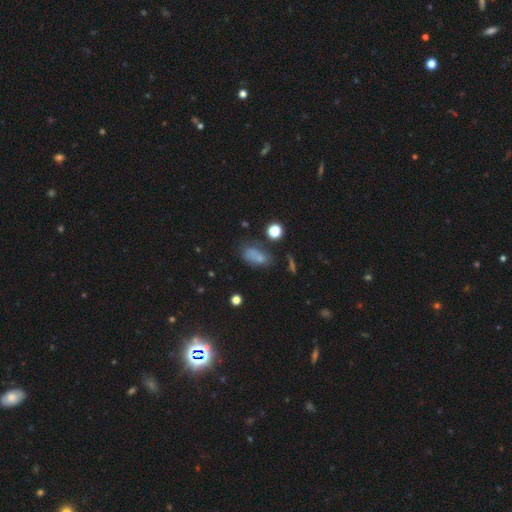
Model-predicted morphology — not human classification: The model was most divided on "merging": none: 40%, minor disturbance: 26%, major disturbance: 19%, merger: 14%. More confident: how rounded — in between (80%); smooth or featured — smooth (64%).